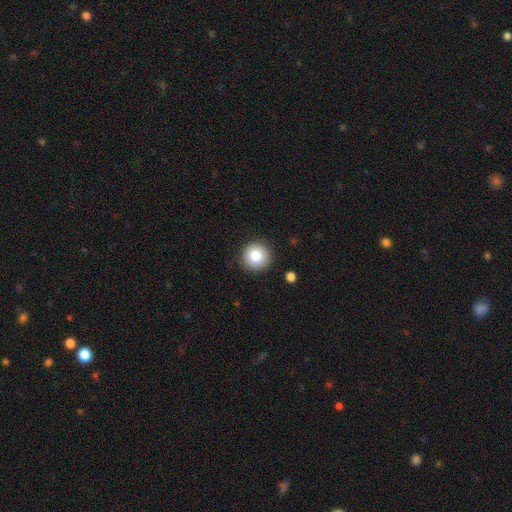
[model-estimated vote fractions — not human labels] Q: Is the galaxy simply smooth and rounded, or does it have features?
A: smooth — 82%.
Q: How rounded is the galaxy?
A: round — 95%.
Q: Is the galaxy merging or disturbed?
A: none — 90%.